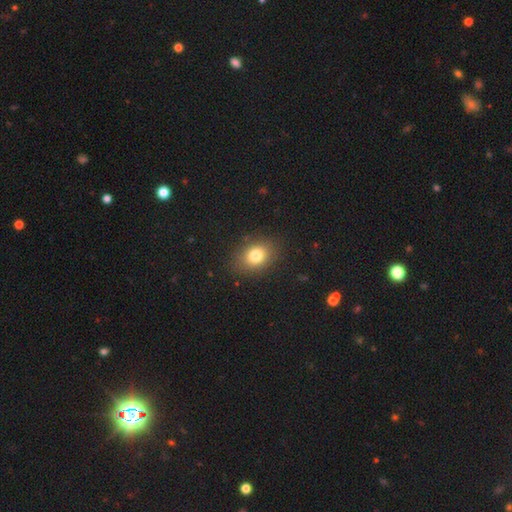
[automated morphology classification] Overall: smooth (80%). How rounded: in between (61%; round 38%). Merging: none (85%).